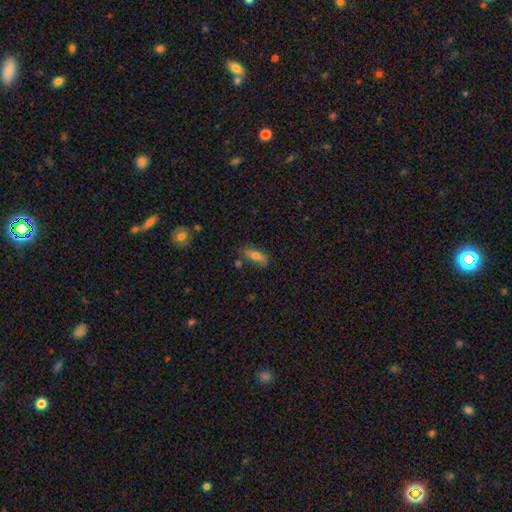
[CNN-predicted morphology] type=smooth (71%); roundness=in between (63%); merging=none (71%).